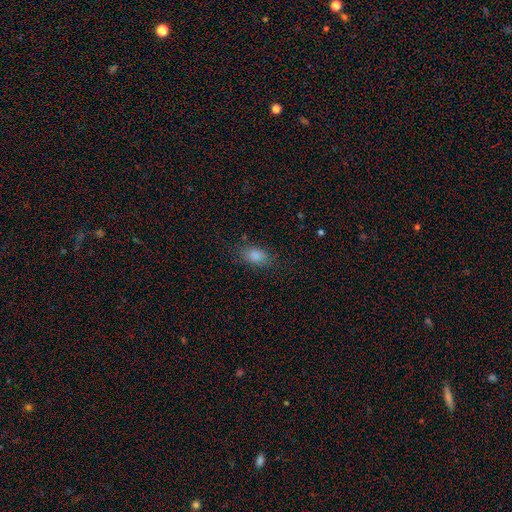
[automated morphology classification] smooth-or-featured: smooth: 84% | star or artifact: 10% | featured or disk: 6%
  how-rounded: in between: 84% | round: 12% | cigar-shaped: 3%
  merging: none: 77% | minor disturbance: 16% | major disturbance: 6% | merger: 1%